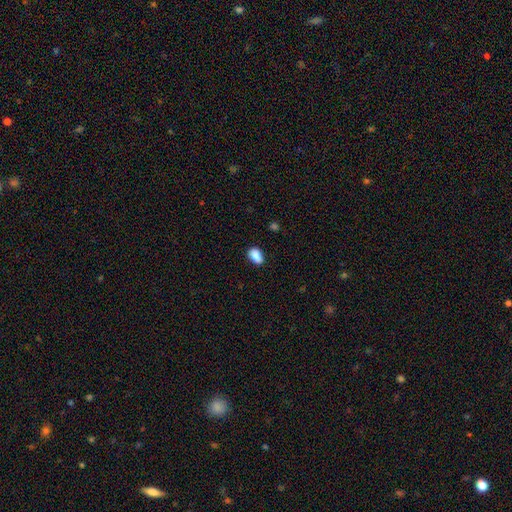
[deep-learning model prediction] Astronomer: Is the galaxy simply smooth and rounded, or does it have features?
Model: smooth — 87%.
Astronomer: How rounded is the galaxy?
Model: in between — 87%.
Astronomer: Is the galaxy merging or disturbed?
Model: none — 74%.